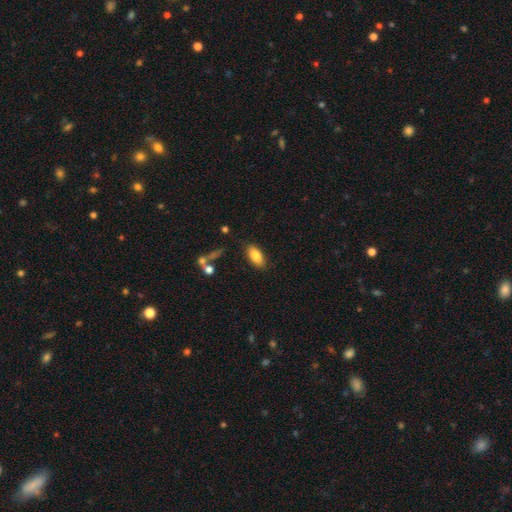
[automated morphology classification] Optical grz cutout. It shows a smooth galaxy with no disk features (83%) that is in between round and cigar-shaped (89%). Merging: none (83%).